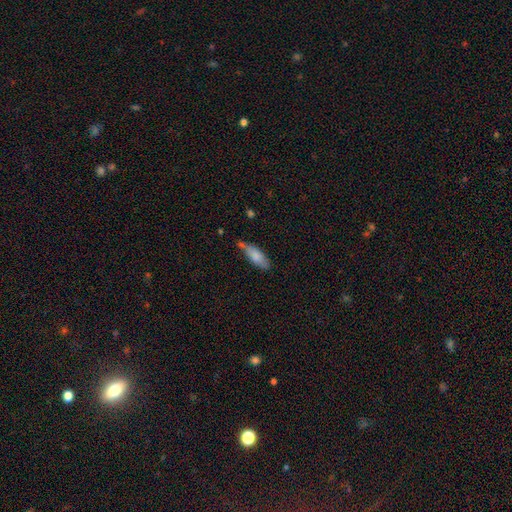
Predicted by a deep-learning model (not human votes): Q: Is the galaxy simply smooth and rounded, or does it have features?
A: smooth — 79%.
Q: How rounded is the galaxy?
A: in between — 63%.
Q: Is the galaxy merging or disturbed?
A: none — 55%.